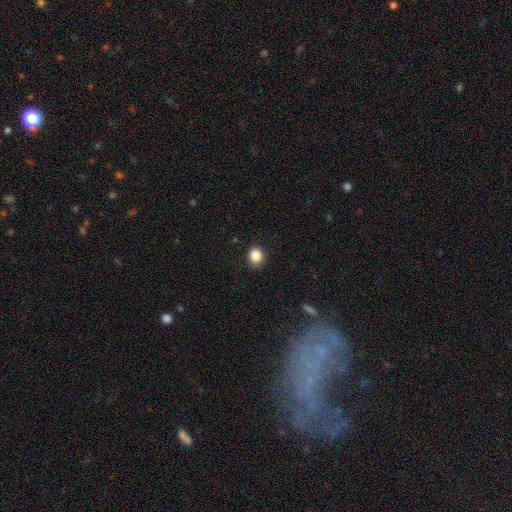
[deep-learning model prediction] Smooth or featured: smooth — 87% (star or artifact — 10%)
How rounded: round — 68% (in between — 31%)
Merging: none — 89% (minor disturbance — 8%)